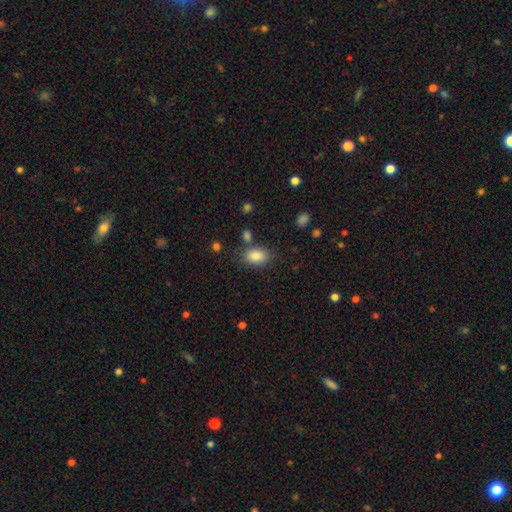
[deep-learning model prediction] Morphology: type=smooth (87%); roundness=in between (86%); merging=none (74%).